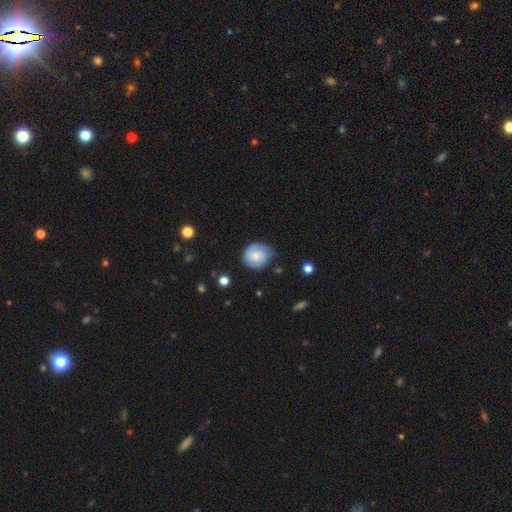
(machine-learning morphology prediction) Smooth or featured? featured or disk (57%)
Edge-on disk? no (98%)
Bar? no (66%)
Spiral arms? yes (91%)
Spiral winding? tight (59%)
Spiral arm count? 2 (65%)
Bulge size? moderate (45%)
Merging? none (74%)